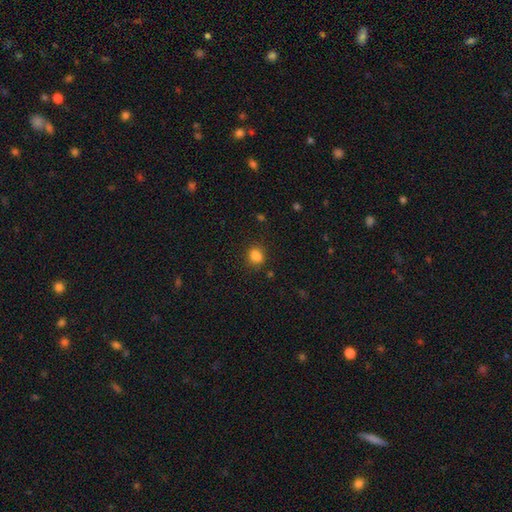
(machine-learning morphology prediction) This is clearly a smooth galaxy (84%). How rounded: possibly in between (52%). Merging: likely none (76%).